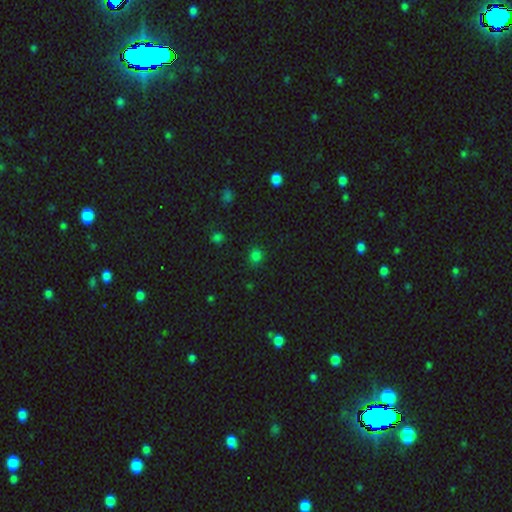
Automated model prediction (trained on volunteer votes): Smooth or featured: smooth — 73% (star or artifact — 22%)
How rounded: round — 77% (in between — 22%)
Merging: none — 83% (minor disturbance — 11%)